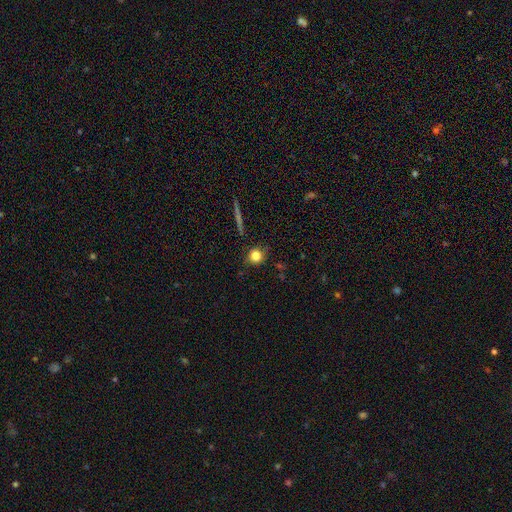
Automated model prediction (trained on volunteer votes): smooth 81%, star or artifact 11%, featured or disk 8%. Down the decision tree: how rounded — round (89%); merging — none (83%).